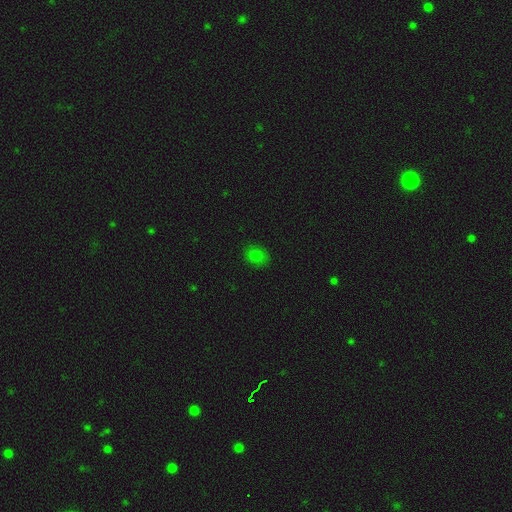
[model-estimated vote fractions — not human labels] smooth_or_featured: smooth (p=0.77) [alt: star or artifact p=0.16]
how_rounded: round (p=0.52) [alt: in between p=0.47]
merging: none (p=0.84) [alt: minor disturbance p=0.12]